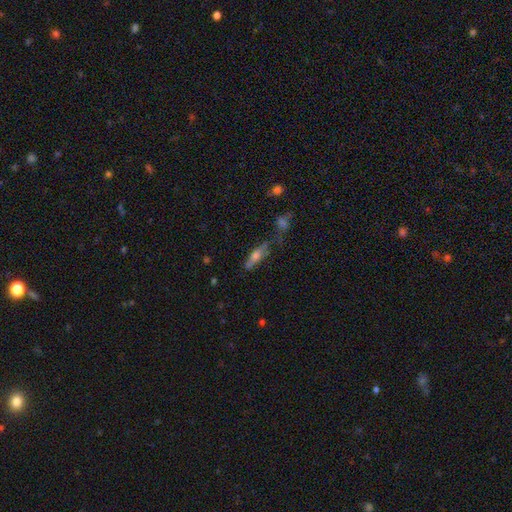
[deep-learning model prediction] smooth_or_featured: smooth (p=0.46) [alt: featured or disk p=0.45]
merging: none (p=0.60) [alt: minor disturbance p=0.20]